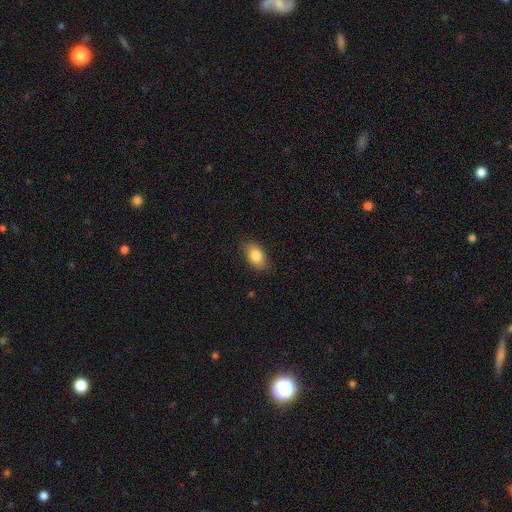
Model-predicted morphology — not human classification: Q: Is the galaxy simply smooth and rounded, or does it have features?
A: smooth — 83%.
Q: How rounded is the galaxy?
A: in between — 87%.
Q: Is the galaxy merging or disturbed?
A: none — 82%.